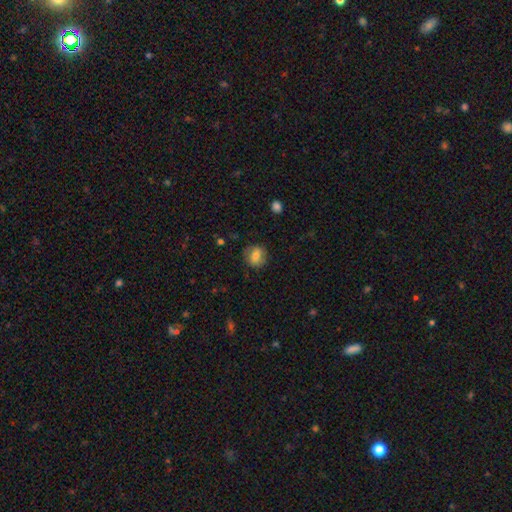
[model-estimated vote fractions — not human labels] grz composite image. It shows a smooth galaxy with no disk features (76%) that is round (78%). Merging: none (81%).